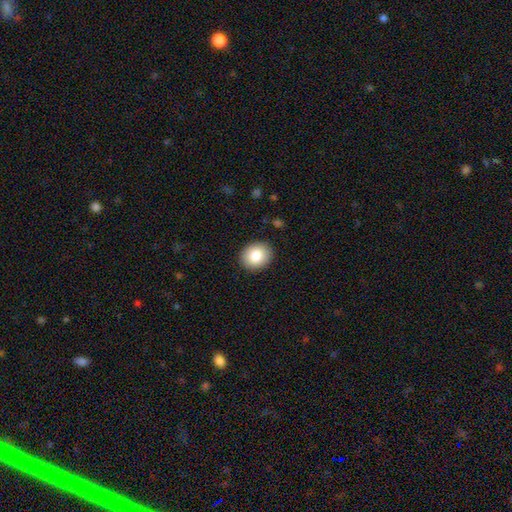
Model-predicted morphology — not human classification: A smooth galaxy with no disk features (84%) that is round (57%). Merging: none (90%).